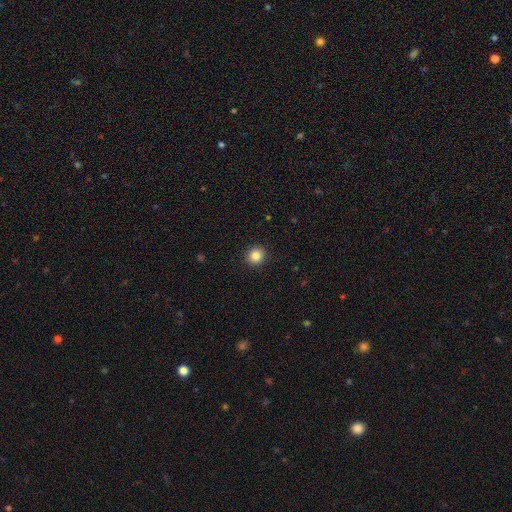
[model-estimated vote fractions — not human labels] This appears to be a smooth galaxy with no disk features (84%) that is round (90%). Merging: none (92%).